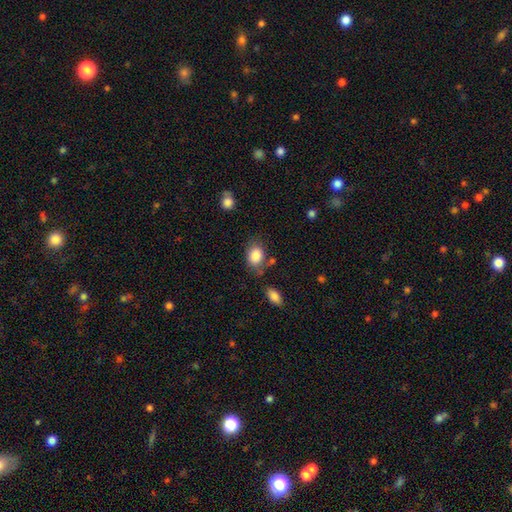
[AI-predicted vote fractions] A smooth galaxy with no disk features (85%) that is in between round and cigar-shaped (64%). Merging: none (63%).